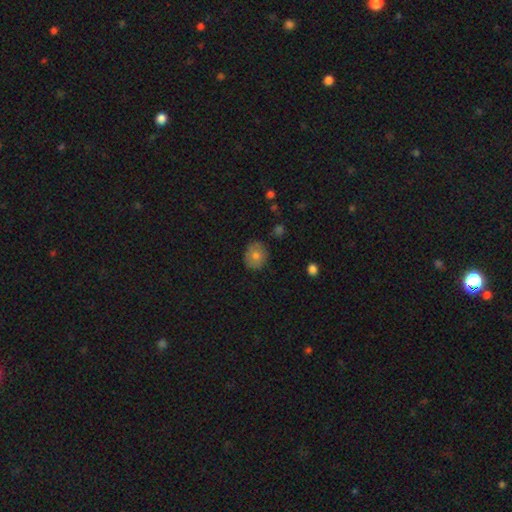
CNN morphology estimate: Q: Smooth or featured?
A: smooth (72%); runner-up: featured or disk (18%)
Q: How rounded?
A: round (73%); runner-up: in between (26%)
Q: Merging?
A: none (82%); runner-up: minor disturbance (14%)